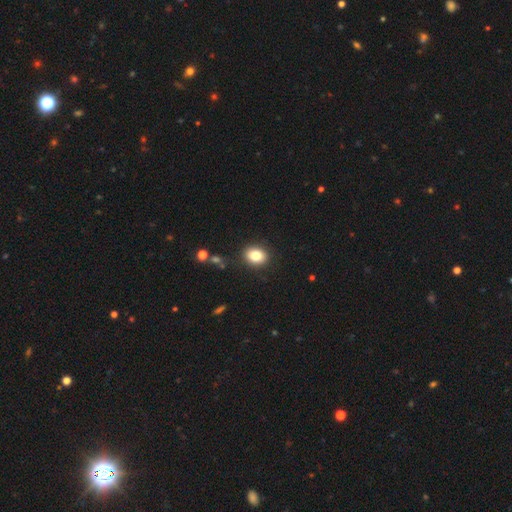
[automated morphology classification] The model was most divided on "how rounded": in between: 56%, round: 43%, cigar-shaped: 1%. More confident: merging — none (88%); smooth or featured — smooth (83%).